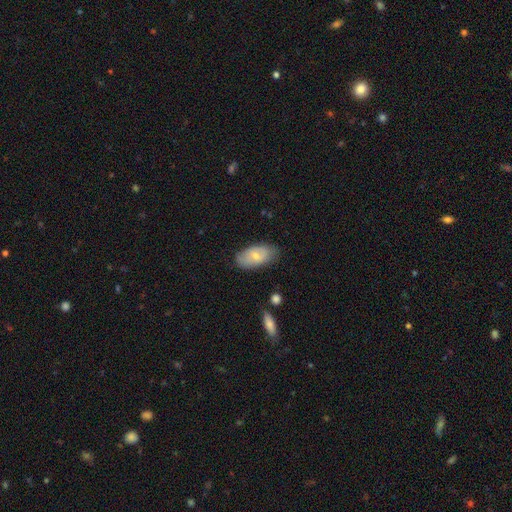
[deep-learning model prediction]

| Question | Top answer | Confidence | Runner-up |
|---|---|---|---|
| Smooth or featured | smooth | 61% | featured or disk (33%) |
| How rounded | in between | 93% | round (4%) |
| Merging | none | 73% | minor disturbance (21%) |